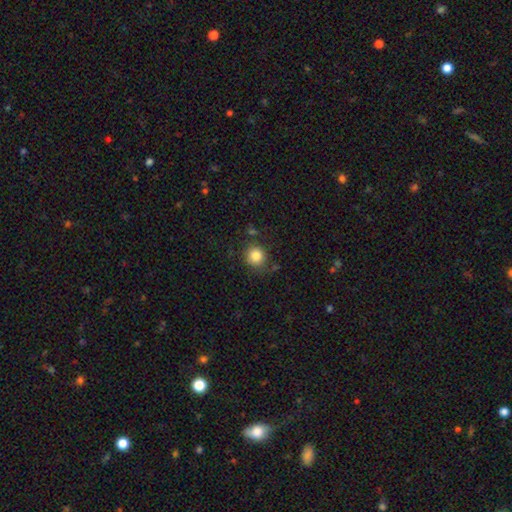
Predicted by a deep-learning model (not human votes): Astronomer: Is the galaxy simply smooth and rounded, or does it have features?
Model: smooth — 84%.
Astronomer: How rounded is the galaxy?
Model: round — 89%.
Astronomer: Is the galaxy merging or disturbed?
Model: none — 79%.